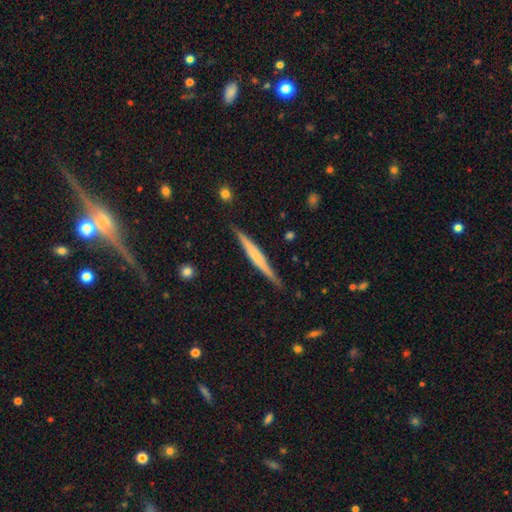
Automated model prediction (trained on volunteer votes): A featured or disk galaxy (68%) viewed edge-on (97%) with a rounded central bulge (57%).

Vote fractions:
- Smooth or featured? featured or disk: 68% / smooth: 26% / star or artifact: 6%
- Edge-on disk? yes: 97% / no: 3%
- Edge-on bulge? rounded: 57% / none: 27% / boxy: 16%
- Merging? none: 87% / minor disturbance: 10% / major disturbance: 2% / merger: 1%